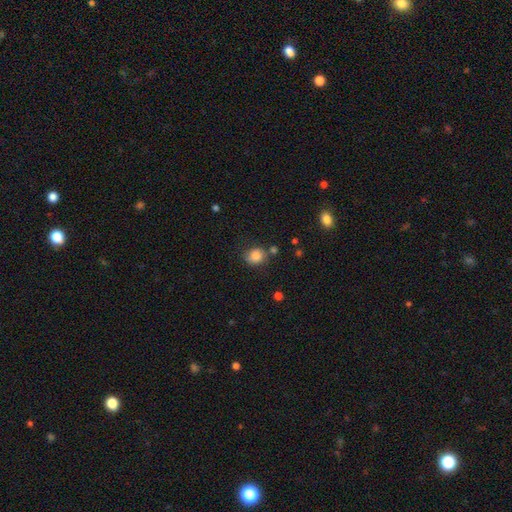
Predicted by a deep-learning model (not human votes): This appears to be a smooth galaxy with no disk features (85%) that is round (70%). Merging: none (72%).